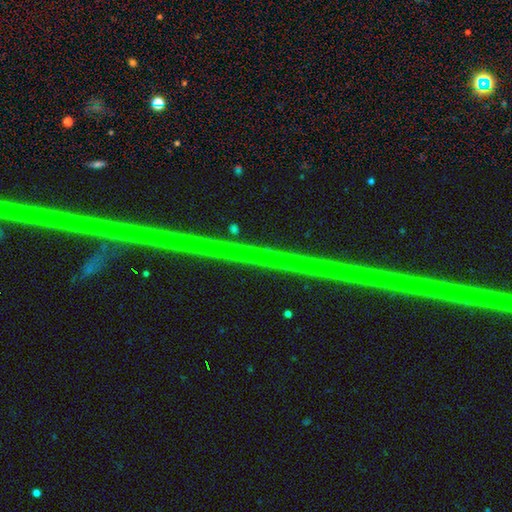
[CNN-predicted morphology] The model was most divided on "smooth or featured": star or artifact: 88%, featured or disk: 8%, smooth: 4%.